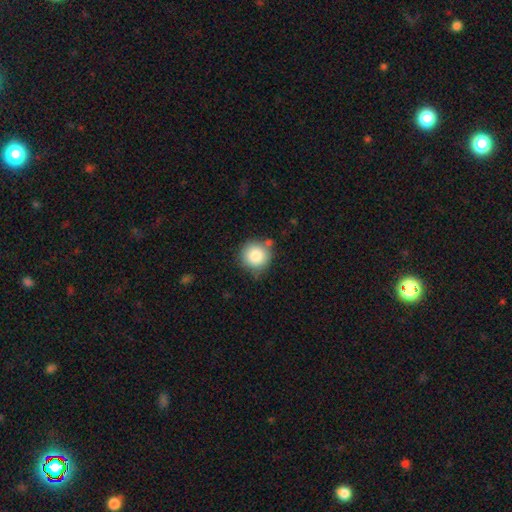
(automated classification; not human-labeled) smooth 84%, star or artifact 9%, featured or disk 7%. Down the decision tree: how rounded — round (94%); merging — none (74%).